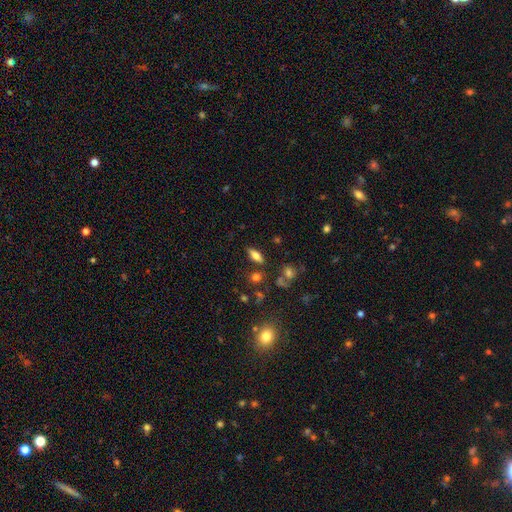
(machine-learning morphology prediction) smooth_or_featured: smooth (p=0.65) [alt: featured or disk p=0.23]
how_rounded: in between (p=0.74) [alt: cigar-shaped p=0.21]
merging: none (p=0.80) [alt: minor disturbance p=0.11]